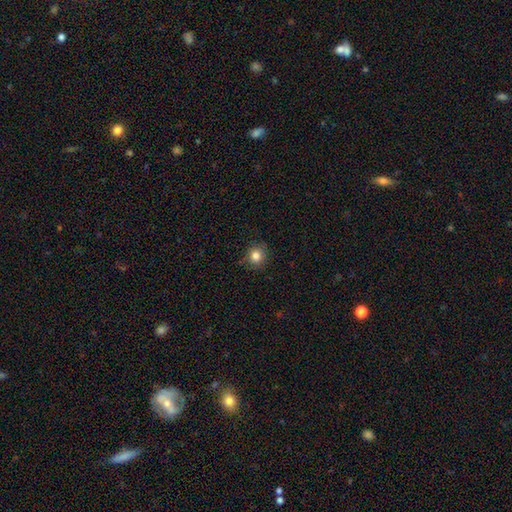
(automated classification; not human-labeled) Smooth or featured? smooth (83%)
How rounded? round (88%)
Merging? none (84%)